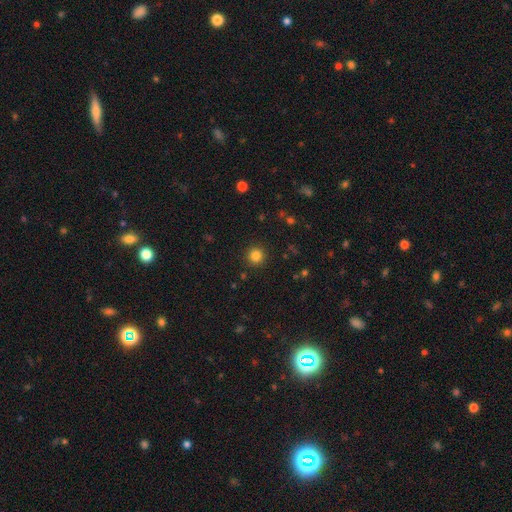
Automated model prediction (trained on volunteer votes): A smooth galaxy with no disk features (83%) that is round (95%).

Vote fractions:
- Smooth or featured? smooth: 83% / star or artifact: 13% / featured or disk: 5%
- How rounded? round: 95% / in between: 4% / cigar-shaped: 1%
- Merging? none: 91% / minor disturbance: 5% / major disturbance: 2% / merger: 1%